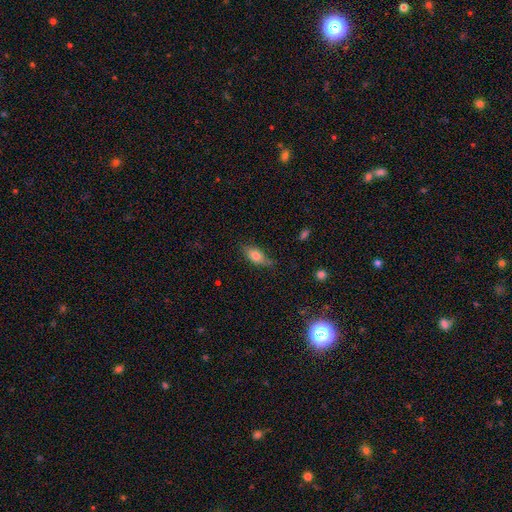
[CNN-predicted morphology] Smooth or featured: smooth — 77% (featured or disk — 15%)
How rounded: in between — 85% (cigar-shaped — 10%)
Merging: none — 70% (minor disturbance — 23%)